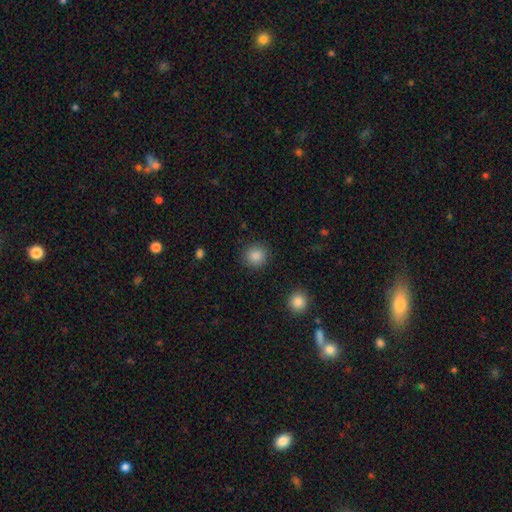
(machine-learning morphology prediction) Smooth or featured? smooth (87%)
How rounded? round (88%)
Merging? none (88%)